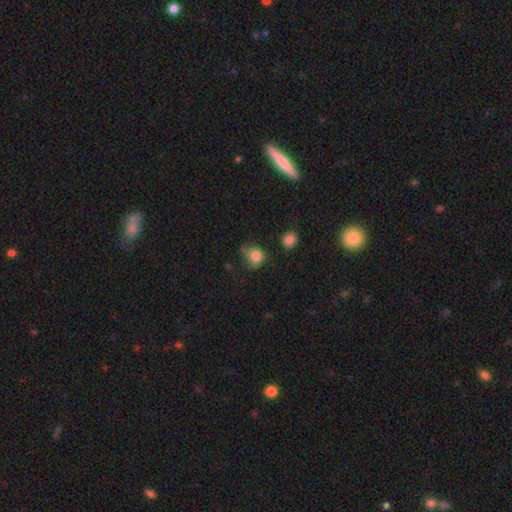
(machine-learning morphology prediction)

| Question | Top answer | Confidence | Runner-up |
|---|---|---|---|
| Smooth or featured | smooth | 81% | star or artifact (11%) |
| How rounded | round | 74% | in between (25%) |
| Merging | none | 53% | minor disturbance (31%) |